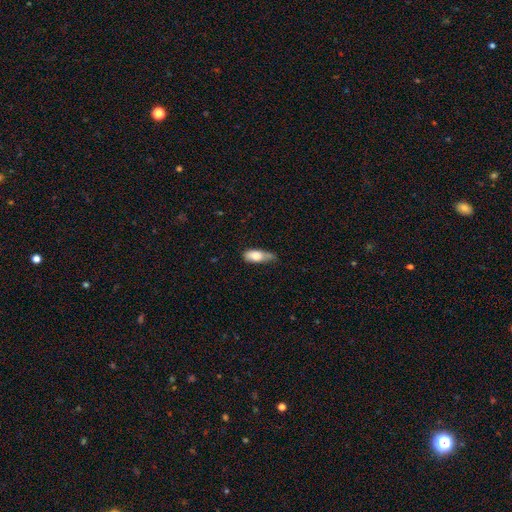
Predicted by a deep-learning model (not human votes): This appears to be a smooth galaxy with no disk features (80%) that is in between round and cigar-shaped (80%). Merging: minor disturbance (47%).